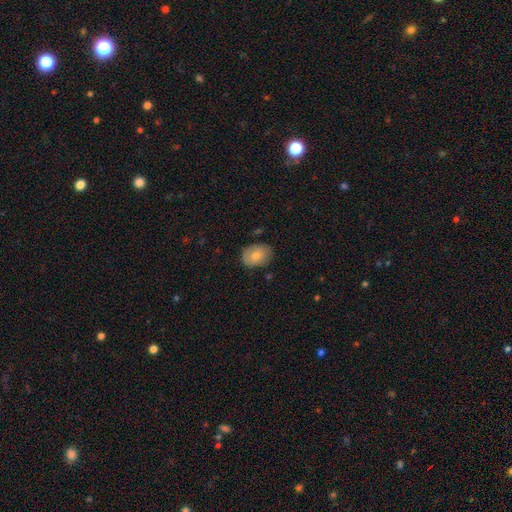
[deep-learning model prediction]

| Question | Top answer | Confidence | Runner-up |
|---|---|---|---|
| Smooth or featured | smooth | 78% | featured or disk (15%) |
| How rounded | in between | 72% | round (27%) |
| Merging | none | 77% | minor disturbance (18%) |